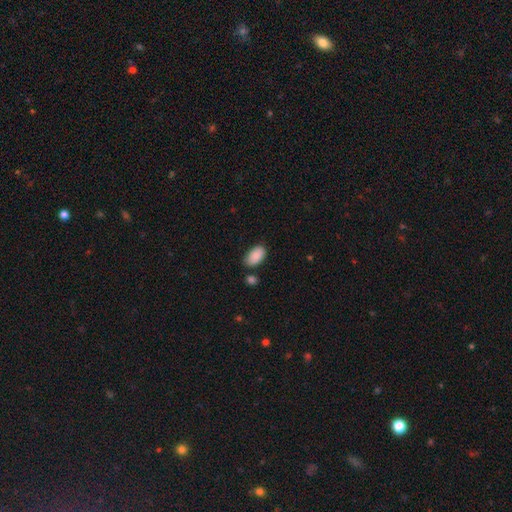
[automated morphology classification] The model was most divided on "merging": none: 75%, minor disturbance: 17%, merger: 5%, major disturbance: 3%. More confident: how rounded — in between (95%); smooth or featured — smooth (89%).